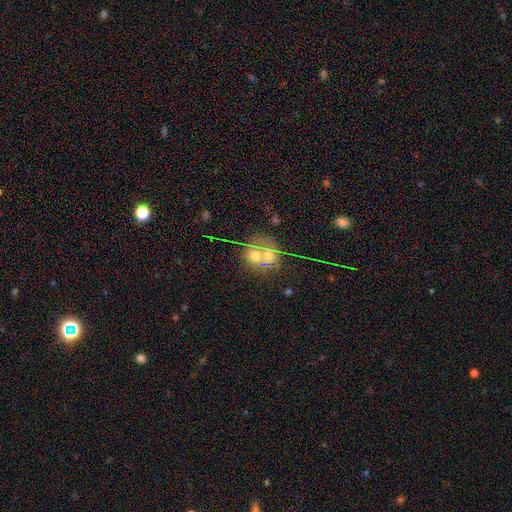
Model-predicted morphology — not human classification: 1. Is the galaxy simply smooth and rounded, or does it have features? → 55% smooth, 26% featured or disk, 19% star or artifact.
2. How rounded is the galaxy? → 76% round, 23% in between, 1% cigar-shaped.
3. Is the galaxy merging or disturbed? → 52% merger, 34% none, 8% minor disturbance, 6% major disturbance.